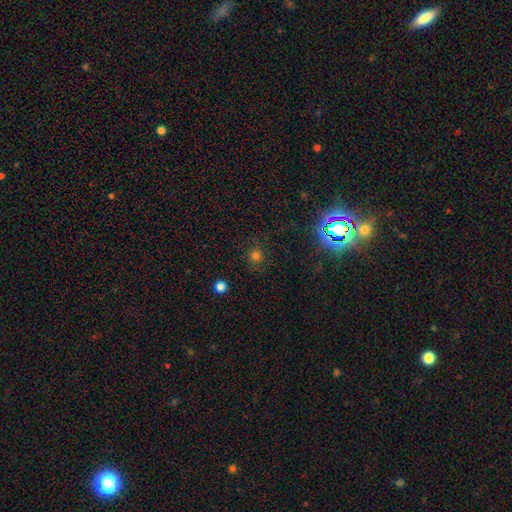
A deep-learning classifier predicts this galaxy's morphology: A smooth galaxy with no disk features (62%) that is round (90%).

Vote fractions:
- Smooth or featured? smooth: 62% / star or artifact: 31% / featured or disk: 7%
- How rounded? round: 90% / in between: 8% / cigar-shaped: 1%
- Merging? none: 83% / minor disturbance: 10% / major disturbance: 5% / merger: 2%